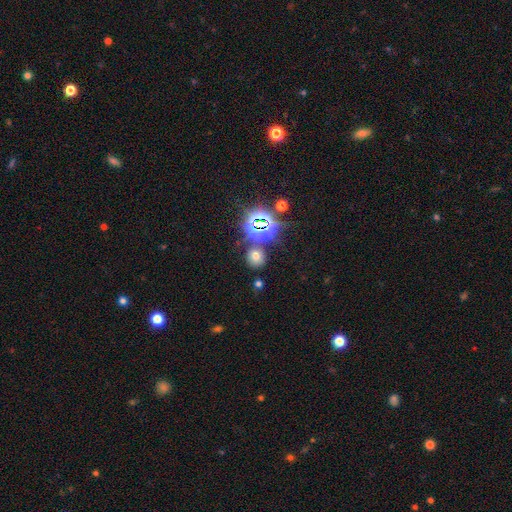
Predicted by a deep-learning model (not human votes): Smooth or featured?
  - smooth: 56% *
  - star or artifact: 34%
  - featured or disk: 10%
How rounded?
  - round: 75% *
  - in between: 24%
  - cigar-shaped: 1%
Merging?
  - none: 79% *
  - minor disturbance: 10%
  - merger: 7%
  - major disturbance: 4%